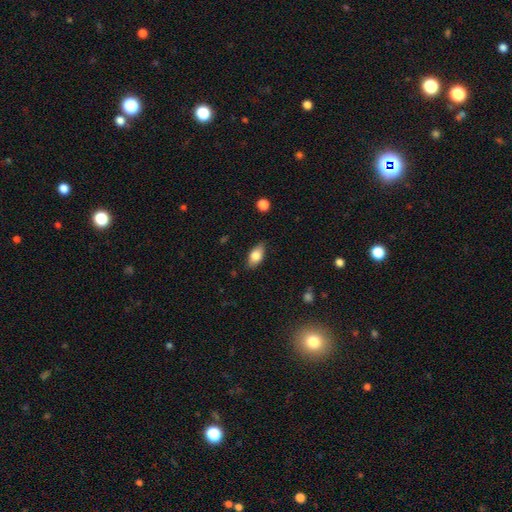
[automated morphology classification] Smooth or featured? smooth (76%)
How rounded? in between (89%)
Merging? none (82%)